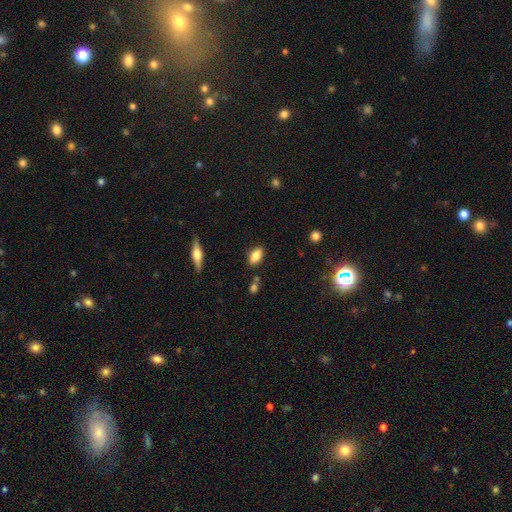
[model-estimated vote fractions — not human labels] A smooth galaxy with no disk features (79%) that is in between round and cigar-shaped (87%). Merging: none (83%).